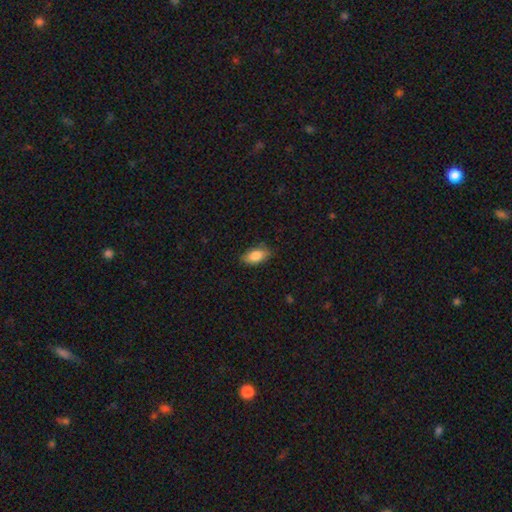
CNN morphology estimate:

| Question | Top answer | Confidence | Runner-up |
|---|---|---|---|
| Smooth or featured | smooth | 83% | featured or disk (10%) |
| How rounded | in between | 90% | cigar-shaped (6%) |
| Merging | none | 80% | minor disturbance (16%) |